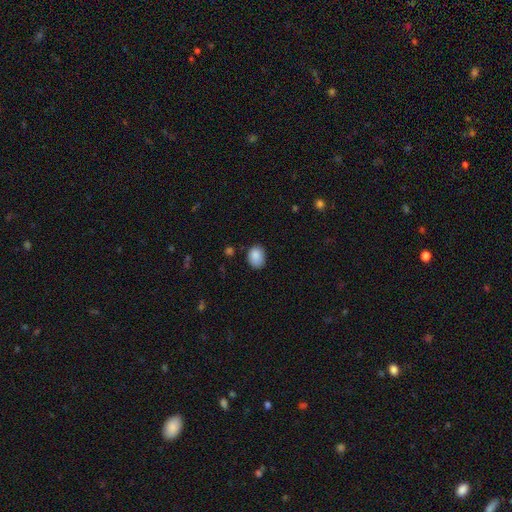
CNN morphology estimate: This is clearly a smooth galaxy (87%). How rounded: likely in between (61%). Merging: likely none (72%).